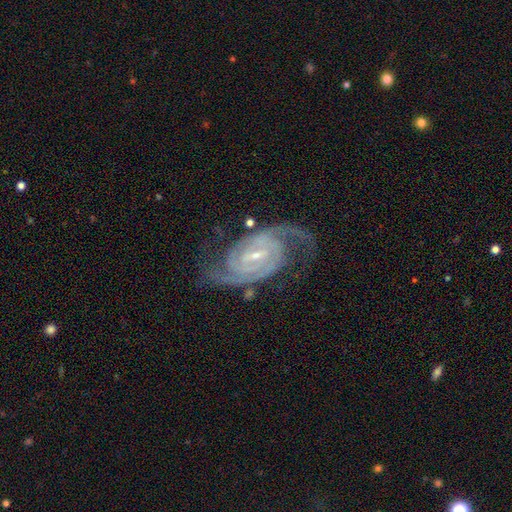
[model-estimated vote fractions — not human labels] Smooth or featured? Predicted: featured or disk (p=0.93). Edge-on disk? Predicted: no (p=0.97). Bar? Predicted: weak (p=0.48). Spiral arms? Predicted: yes (p=0.99). Spiral winding? Predicted: tight (p=0.55). Spiral arm count? Predicted: 2 (p=0.80). Bulge size? Predicted: small (p=0.72). Merging? Predicted: none (p=0.74).